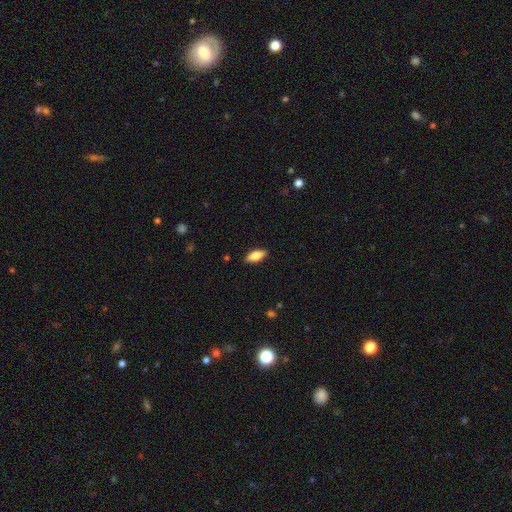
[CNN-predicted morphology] Overall: smooth (78%). How rounded: in between (83%). Merging: none (89%).